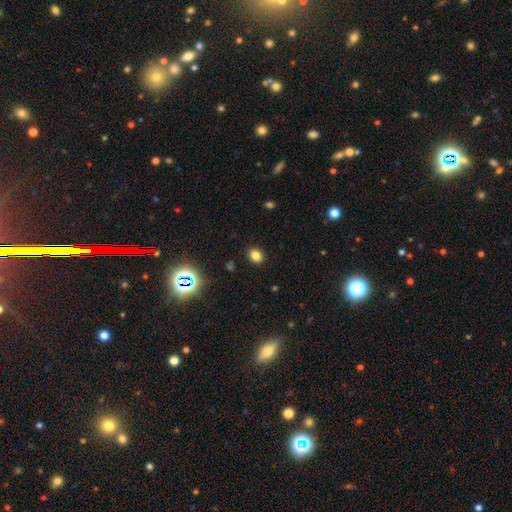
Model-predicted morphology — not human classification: type=smooth (79%); roundness=in between (55%); merging=none (89%).